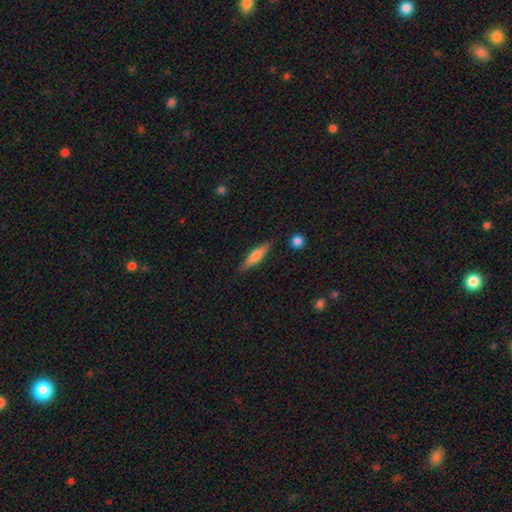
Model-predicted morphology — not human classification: Smooth or featured: smooth — 57% (featured or disk — 37%)
How rounded: cigar-shaped — 81% (in between — 17%)
Merging: none — 86% (minor disturbance — 10%)